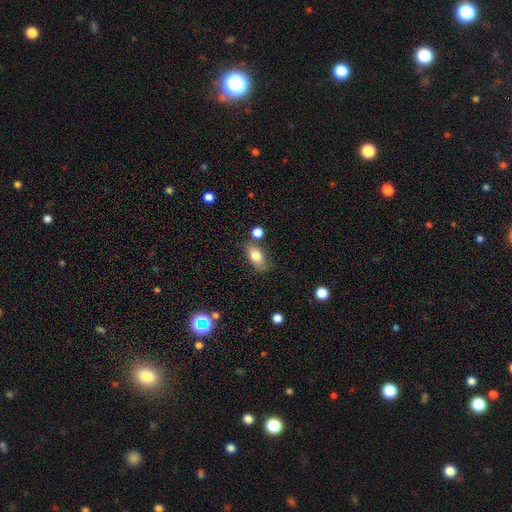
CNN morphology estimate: type=smooth (79%); roundness=in between (86%); merging=none (72%).